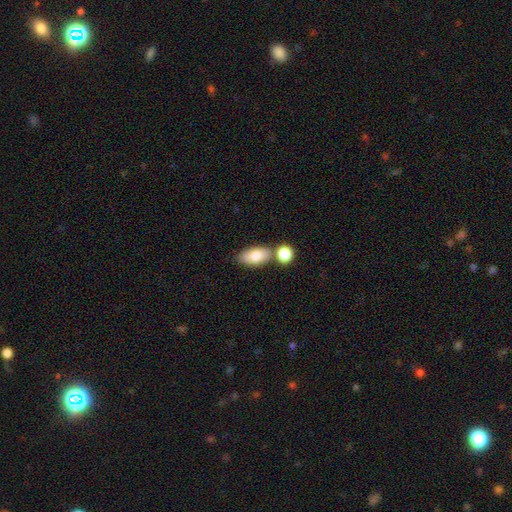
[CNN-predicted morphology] smooth-or-featured: smooth: 82% | featured or disk: 11% | star or artifact: 7%
  how-rounded: in between: 89% | cigar-shaped: 6% | round: 5%
  merging: none: 55% | merger: 29% | minor disturbance: 12% | major disturbance: 4%